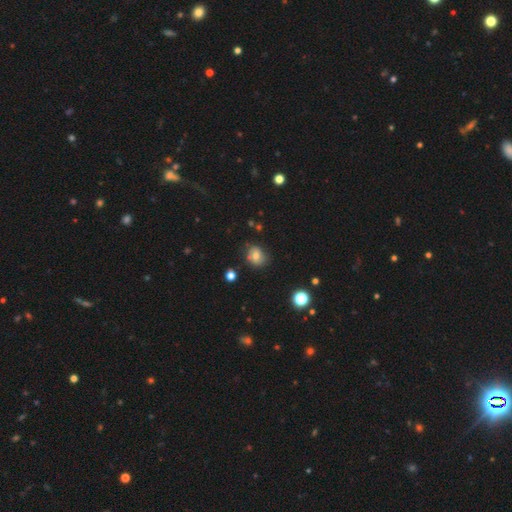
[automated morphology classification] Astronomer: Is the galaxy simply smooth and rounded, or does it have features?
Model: smooth — 66%.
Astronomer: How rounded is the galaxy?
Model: round — 61% (runner-up: in between, 38%).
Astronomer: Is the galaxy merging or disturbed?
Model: none — 73%.